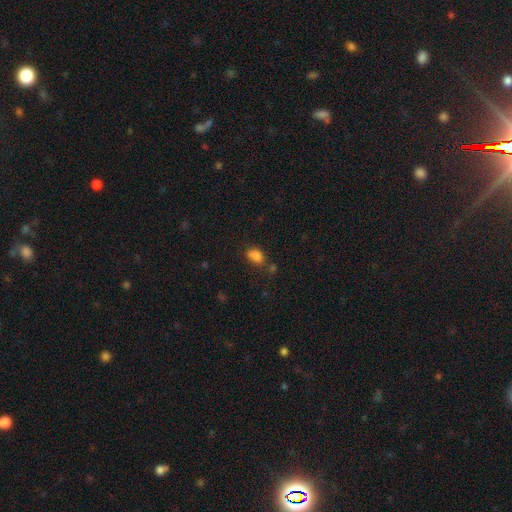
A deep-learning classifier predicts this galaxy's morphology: Smooth or featured? smooth (83%)
How rounded? in between (84%)
Merging? none (60%)